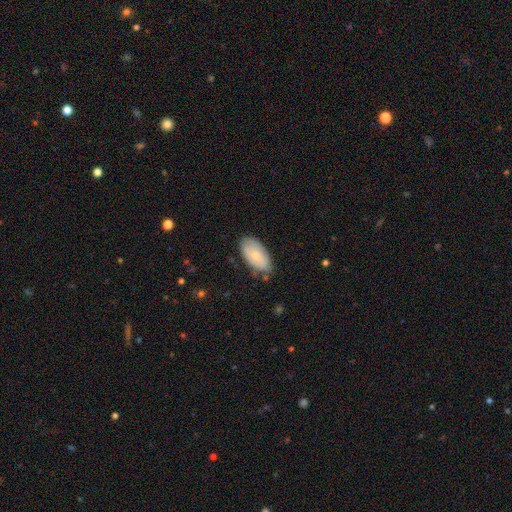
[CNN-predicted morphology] Smooth or featured? Predicted: smooth (p=0.70). How rounded? Predicted: in between (p=0.94). Merging? Predicted: none (p=0.72).